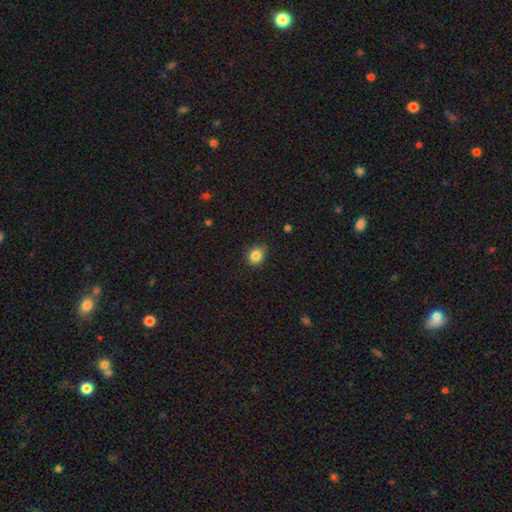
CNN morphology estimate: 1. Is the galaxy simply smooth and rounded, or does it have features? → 85% smooth, 10% star or artifact, 5% featured or disk.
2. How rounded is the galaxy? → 64% round, 35% in between, 1% cigar-shaped.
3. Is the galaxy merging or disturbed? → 81% none, 15% minor disturbance, 3% major disturbance, 1% merger.